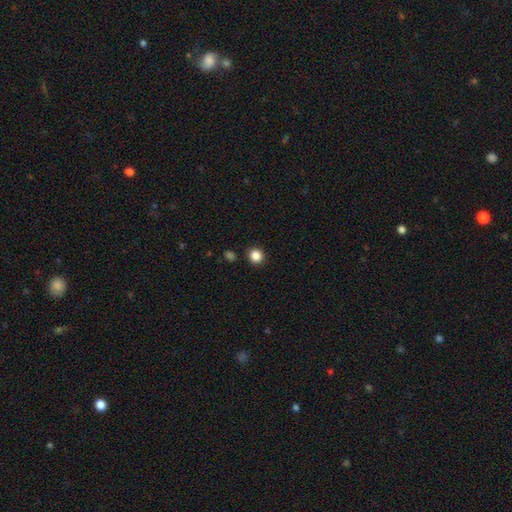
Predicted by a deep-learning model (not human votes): smooth 86%, star or artifact 11%, featured or disk 3%. Down the decision tree: how rounded — round (89%); merging — none (90%).